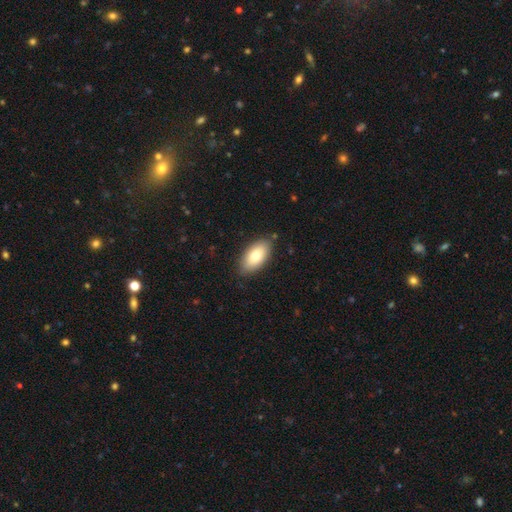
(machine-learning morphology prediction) Smooth or featured? Predicted: smooth (p=0.75). How rounded? Predicted: in between (p=0.94). Merging? Predicted: none (p=0.85).